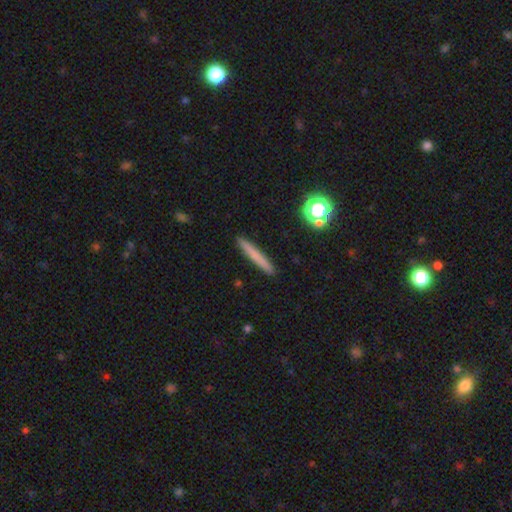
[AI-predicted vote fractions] Morphology: type=smooth (69%); roundness=cigar-shaped (95%); merging=none (91%).